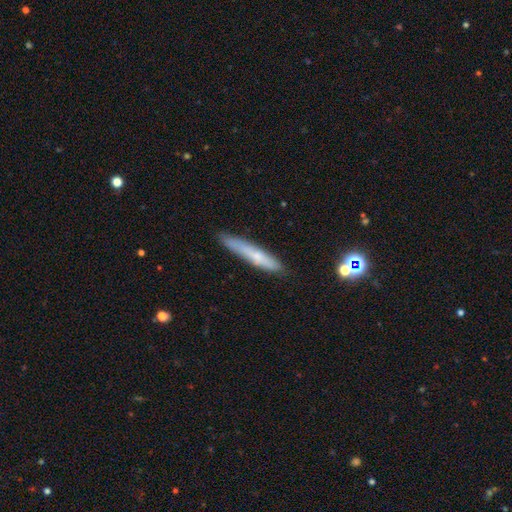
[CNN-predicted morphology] Q: Smooth or featured?
A: smooth (59%); runner-up: featured or disk (33%)
Q: How rounded?
A: cigar-shaped (94%); runner-up: in between (5%)
Q: Merging?
A: none (83%); runner-up: minor disturbance (13%)